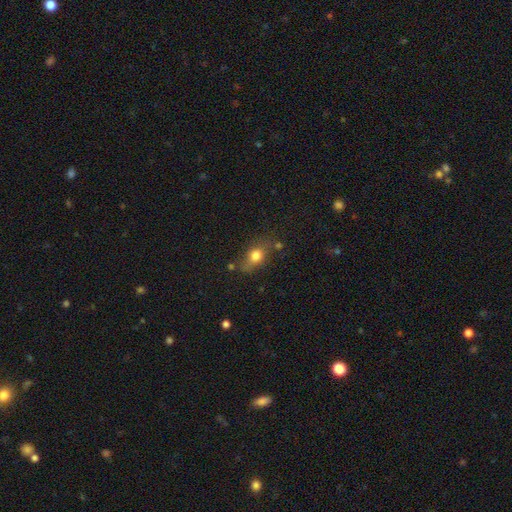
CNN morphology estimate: This appears to be a smooth galaxy with no disk features (74%) that is in between round and cigar-shaped (57%). Merging: none (60%).